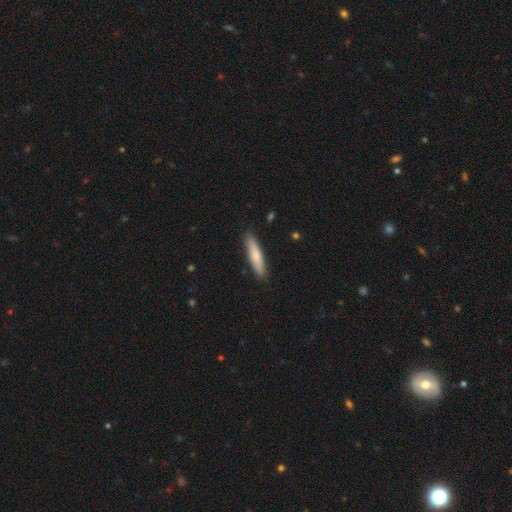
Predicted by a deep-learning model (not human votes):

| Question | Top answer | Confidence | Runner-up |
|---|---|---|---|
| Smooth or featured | smooth | 70% | featured or disk (24%) |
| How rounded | cigar-shaped | 85% | in between (14%) |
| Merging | none | 90% | minor disturbance (8%) |